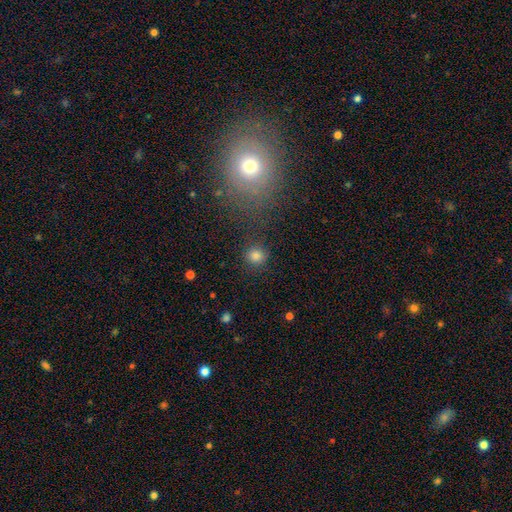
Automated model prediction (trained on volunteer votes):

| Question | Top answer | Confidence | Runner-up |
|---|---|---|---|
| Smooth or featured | smooth | 82% | star or artifact (13%) |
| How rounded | round | 84% | in between (15%) |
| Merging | none | 84% | minor disturbance (9%) |